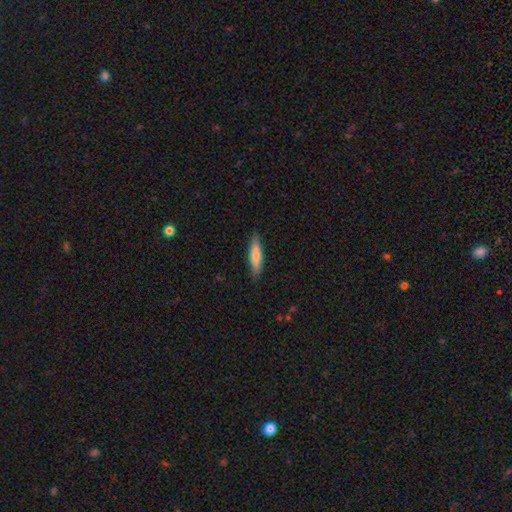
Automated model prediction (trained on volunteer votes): A smooth galaxy with no disk features (71%) that is cigar-shaped (78%). Merging: none (86%).